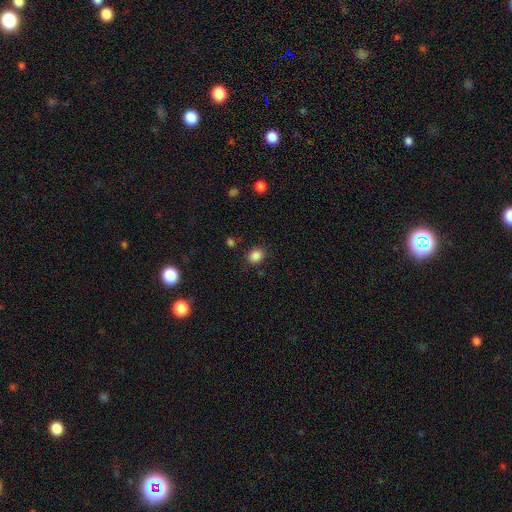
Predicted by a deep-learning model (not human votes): Smooth or featured?
  - smooth: 86% *
  - star or artifact: 11%
  - featured or disk: 4%
How rounded?
  - round: 65% *
  - in between: 34%
  - cigar-shaped: 1%
Merging?
  - none: 85% *
  - minor disturbance: 10%
  - major disturbance: 3%
  - merger: 2%